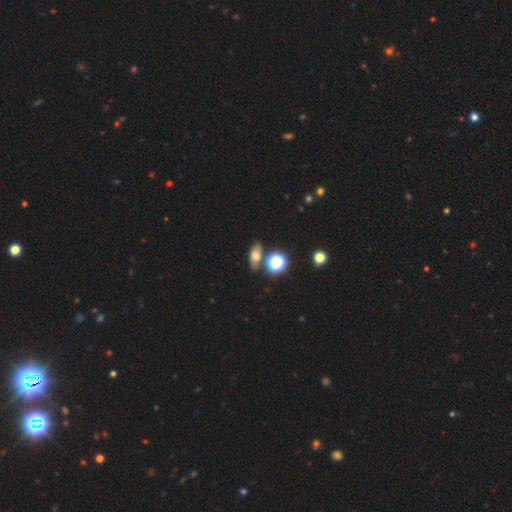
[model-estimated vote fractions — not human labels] Smooth or featured?
  - smooth: 63% *
  - star or artifact: 19%
  - featured or disk: 19%
How rounded?
  - in between: 70% *
  - round: 21%
  - cigar-shaped: 9%
Merging?
  - none: 71% *
  - minor disturbance: 14%
  - merger: 11%
  - major disturbance: 4%